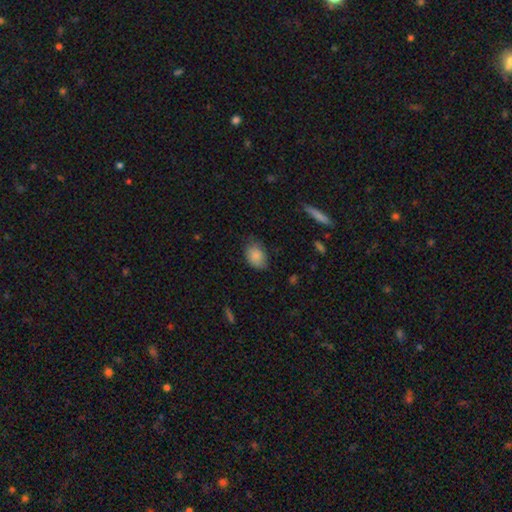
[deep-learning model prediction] smooth 86%, star or artifact 8%, featured or disk 6%. Down the decision tree: how rounded — in between (73%); merging — none (67%).